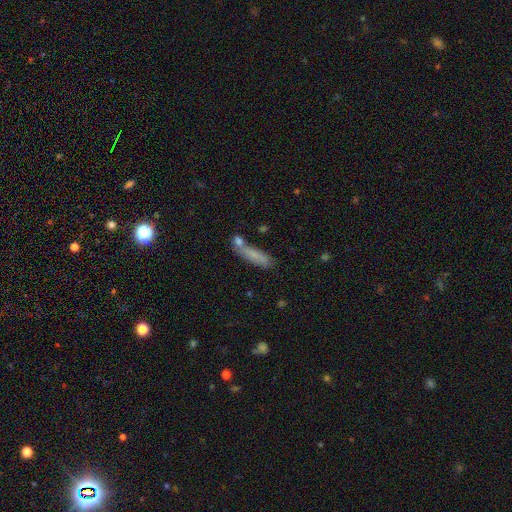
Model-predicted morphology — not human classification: A smooth galaxy with no disk features (74%) that is cigar-shaped (65%). Merging: none (50%).